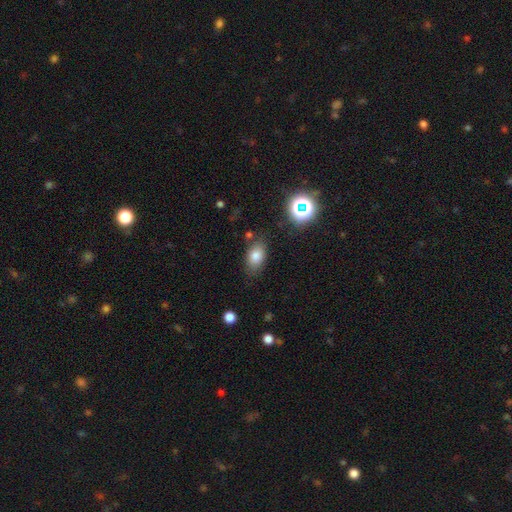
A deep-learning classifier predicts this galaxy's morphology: Q: Smooth or featured?
A: smooth (78%); runner-up: star or artifact (12%)
Q: How rounded?
A: in between (85%); runner-up: round (13%)
Q: Merging?
A: none (77%); runner-up: minor disturbance (15%)